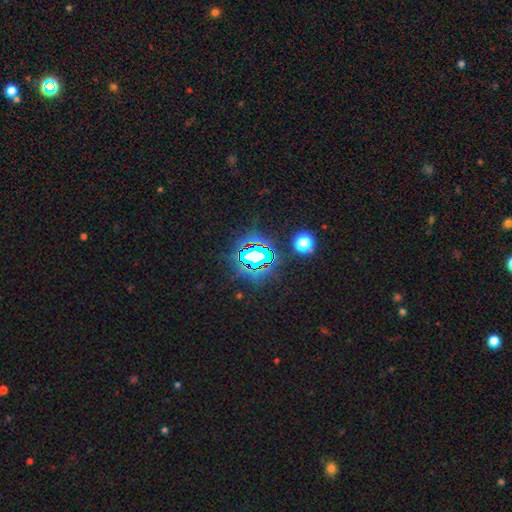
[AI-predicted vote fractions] Smooth or featured? Predicted: star or artifact (p=0.73).